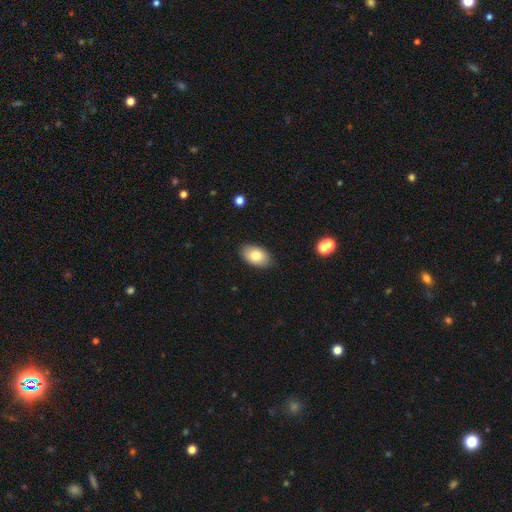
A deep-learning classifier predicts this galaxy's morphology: The model was most divided on "smooth or featured": smooth: 78%, featured or disk: 14%, star or artifact: 7%. More confident: how rounded — in between (92%); merging — none (88%).